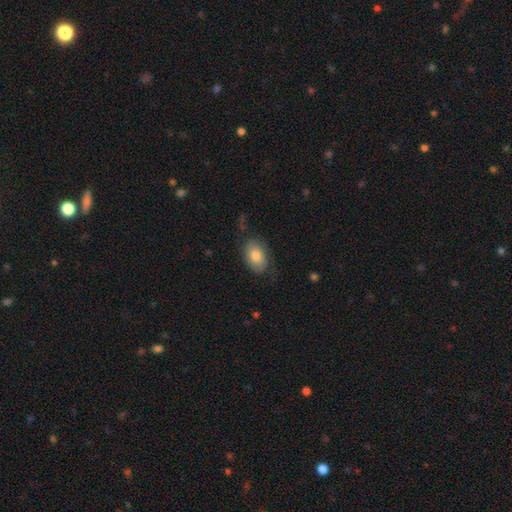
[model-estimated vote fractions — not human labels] Morphology: type=smooth (80%); roundness=in between (88%); merging=none (74%).